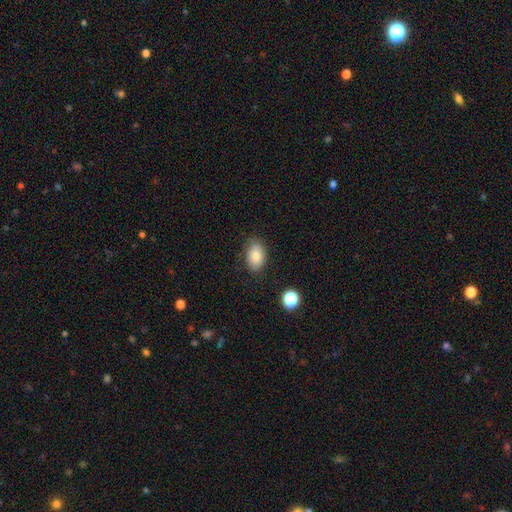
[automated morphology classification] This is clearly a smooth galaxy (84%). How rounded: clearly in between (89%). Merging: clearly none (81%).